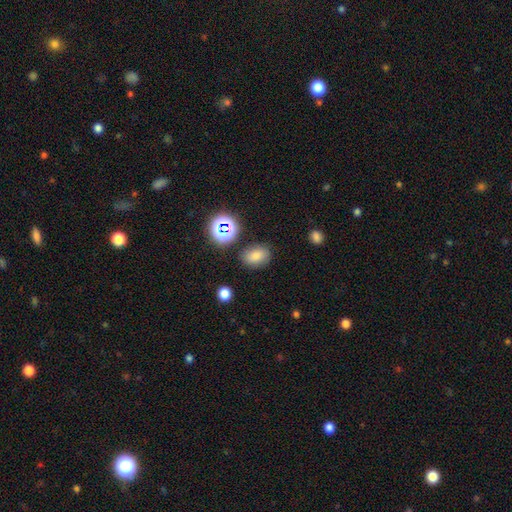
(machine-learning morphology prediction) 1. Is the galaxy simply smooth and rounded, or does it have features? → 71% smooth, 20% star or artifact, 9% featured or disk.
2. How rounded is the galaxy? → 74% in between, 24% round, 1% cigar-shaped.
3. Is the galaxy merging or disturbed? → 82% none, 11% minor disturbance, 3% major disturbance, 3% merger.